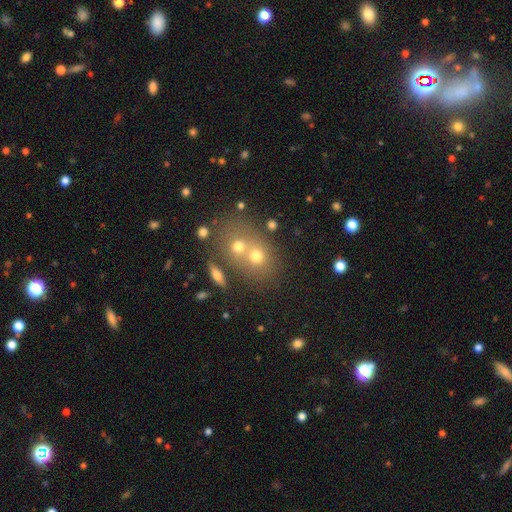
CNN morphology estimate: This is likely a smooth galaxy (61%). How rounded: likely round (62%). Merging: possibly merger (52%).